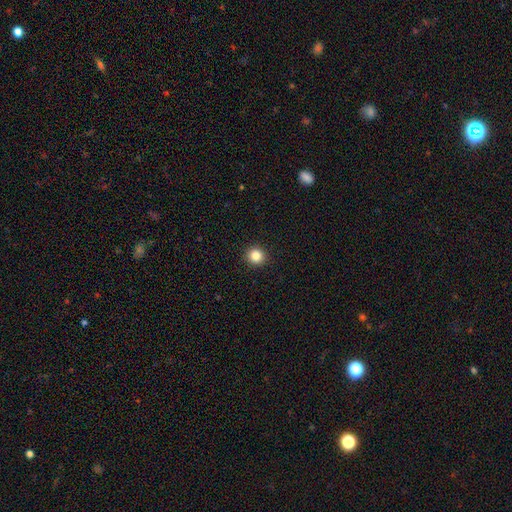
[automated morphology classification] Smooth or featured?
  - smooth: 85% *
  - star or artifact: 11%
  - featured or disk: 4%
How rounded?
  - round: 92% *
  - in between: 7%
  - cigar-shaped: 1%
Merging?
  - none: 93% *
  - minor disturbance: 5%
  - major disturbance: 2%
  - merger: 1%